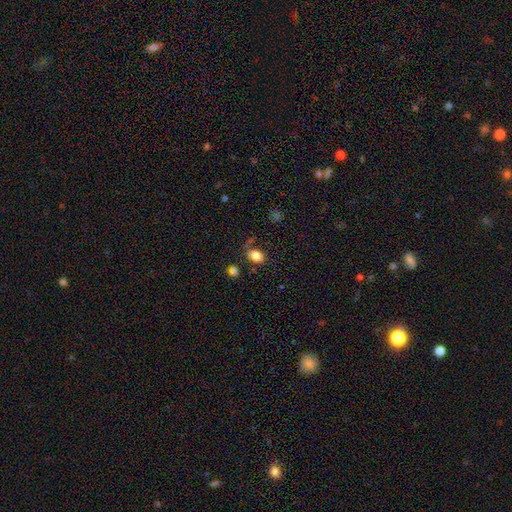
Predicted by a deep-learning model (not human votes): Smooth or featured?
  - smooth: 83% *
  - star or artifact: 10%
  - featured or disk: 7%
How rounded?
  - in between: 79% *
  - round: 20%
  - cigar-shaped: 1%
Merging?
  - none: 77% *
  - minor disturbance: 14%
  - merger: 6%
  - major disturbance: 4%